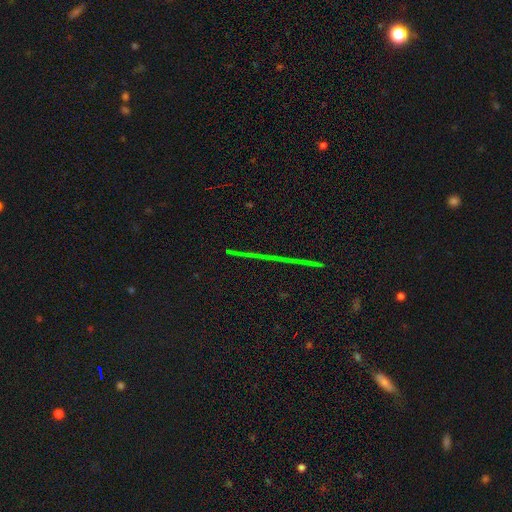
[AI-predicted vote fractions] A star or artifact, not a galaxy (70%).

Vote fractions:
- Smooth or featured? star or artifact: 70% / featured or disk: 18% / smooth: 12%